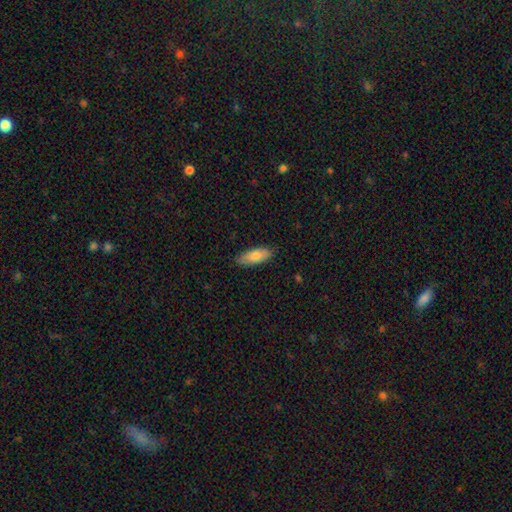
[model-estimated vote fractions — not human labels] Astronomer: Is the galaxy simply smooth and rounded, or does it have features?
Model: smooth — 80%.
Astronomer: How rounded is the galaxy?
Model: in between — 79%.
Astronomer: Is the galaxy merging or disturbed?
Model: none — 84%.